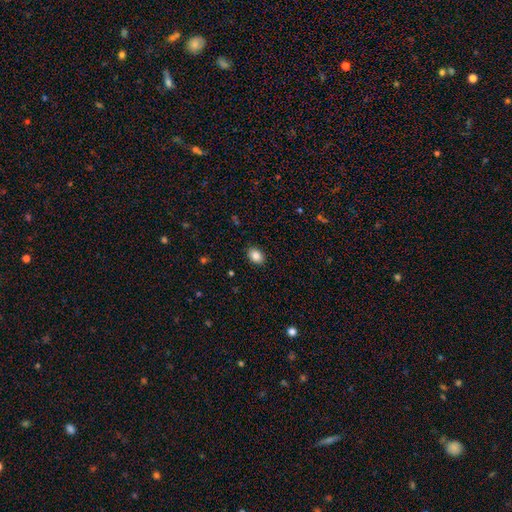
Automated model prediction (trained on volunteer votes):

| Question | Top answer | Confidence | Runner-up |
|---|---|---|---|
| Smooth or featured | smooth | 86% | star or artifact (8%) |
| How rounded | in between | 76% | round (23%) |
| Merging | none | 89% | minor disturbance (8%) |